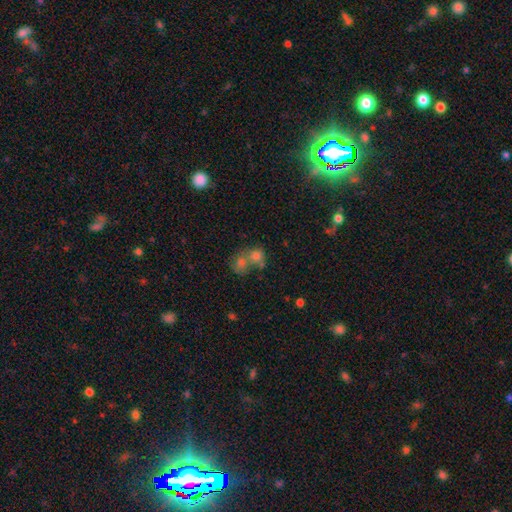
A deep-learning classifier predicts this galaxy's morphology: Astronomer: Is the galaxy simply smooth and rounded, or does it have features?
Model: smooth — 67%.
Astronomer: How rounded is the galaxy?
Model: round — 67%.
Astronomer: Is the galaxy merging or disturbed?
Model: merger — 58%.